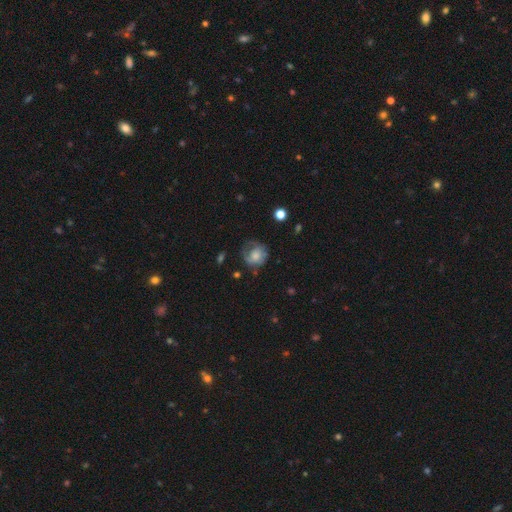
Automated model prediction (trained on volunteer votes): smooth-or-featured: smooth: 59% | featured or disk: 32% | star or artifact: 9%
  how-rounded: round: 78% | in between: 21% | cigar-shaped: 1%
  merging: none: 48% | minor disturbance: 28% | major disturbance: 22% | merger: 2%